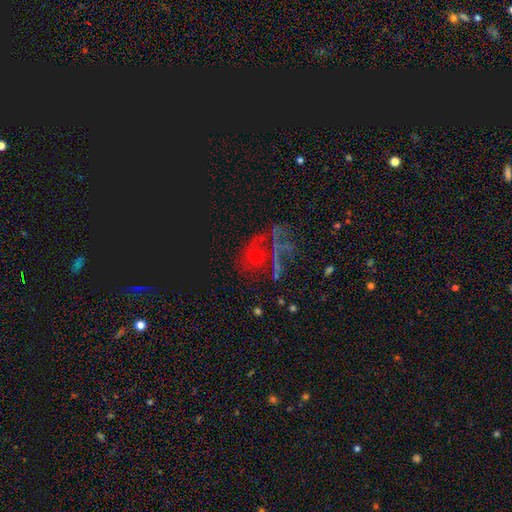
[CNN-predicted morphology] A star or artifact, not a galaxy (40%).

Vote fractions:
- Smooth or featured? star or artifact: 40% / smooth: 38% / featured or disk: 23%